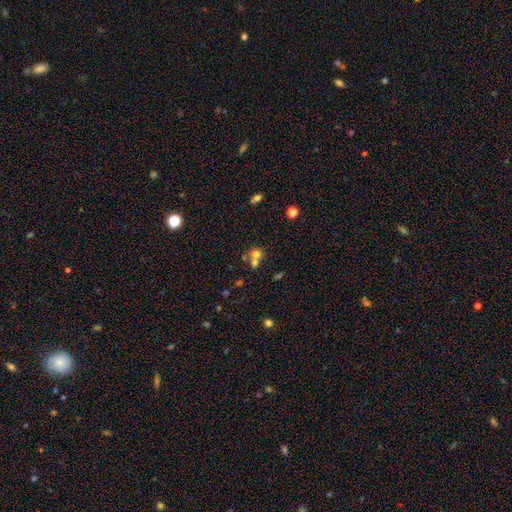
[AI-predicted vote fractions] Morphology: type=smooth (67%); roundness=round (82%); merging=merger (50%).